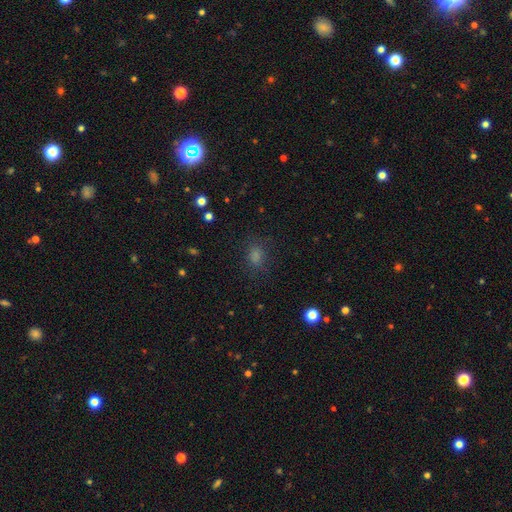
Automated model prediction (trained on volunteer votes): smooth 67%, star or artifact 26%, featured or disk 7%. Down the decision tree: how rounded — in between (55%); merging — none (81%).